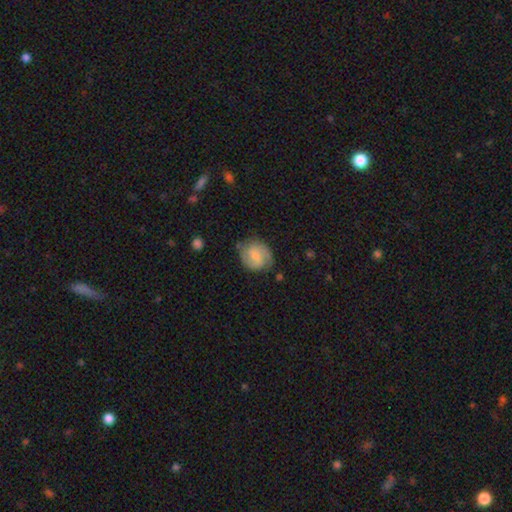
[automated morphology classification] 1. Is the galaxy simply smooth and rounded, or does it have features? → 56% featured or disk, 37% smooth, 7% star or artifact.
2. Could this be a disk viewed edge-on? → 98% no, 2% yes.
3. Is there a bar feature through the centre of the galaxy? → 57% weak, 29% no, 14% strong.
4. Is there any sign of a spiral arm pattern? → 89% yes, 11% no.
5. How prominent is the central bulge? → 46% small, 35% moderate, 15% none, 4% large, 1% dominant.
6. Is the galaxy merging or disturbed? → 71% none, 20% minor disturbance, 6% major disturbance, 2% merger.